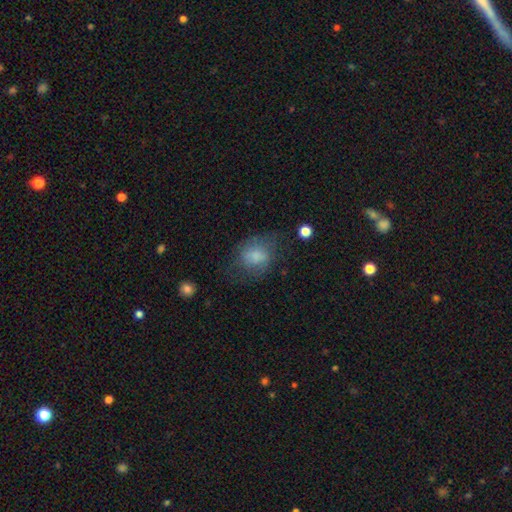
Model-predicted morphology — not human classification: Smooth or featured?
  - smooth: 70% *
  - featured or disk: 20%
  - star or artifact: 10%
How rounded?
  - round: 51% *
  - in between: 48%
  - cigar-shaped: 1%
Merging?
  - none: 51% *
  - minor disturbance: 25%
  - major disturbance: 22%
  - merger: 2%